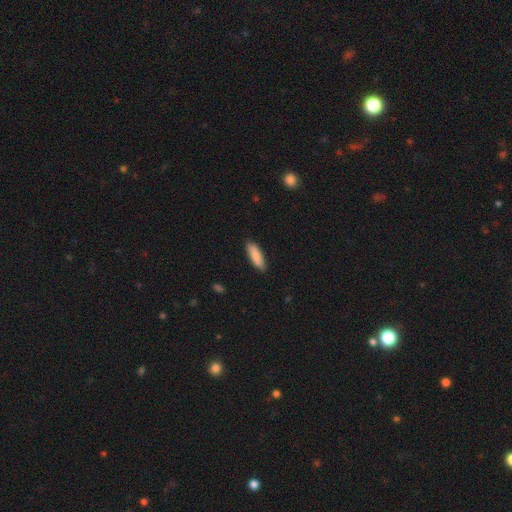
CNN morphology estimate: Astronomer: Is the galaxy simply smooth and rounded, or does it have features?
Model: smooth — 88%.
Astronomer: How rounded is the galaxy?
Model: in between — 53% (runner-up: cigar-shaped, 45%).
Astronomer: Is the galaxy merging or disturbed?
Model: none — 84%.